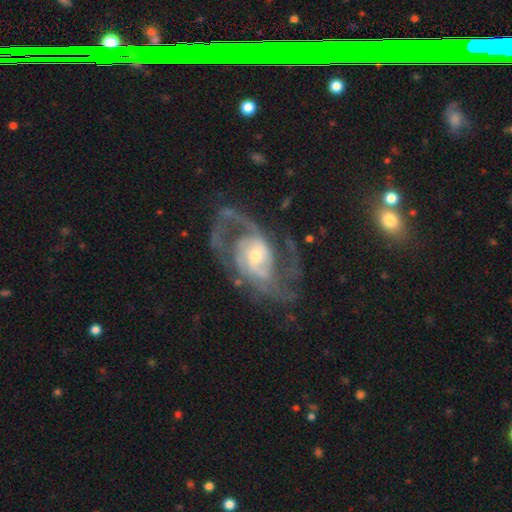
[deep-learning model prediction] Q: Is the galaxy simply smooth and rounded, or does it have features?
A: featured or disk — 91%.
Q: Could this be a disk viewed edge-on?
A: no — 97%.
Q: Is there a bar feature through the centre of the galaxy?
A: no — 48%.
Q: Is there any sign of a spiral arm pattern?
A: yes — 96%.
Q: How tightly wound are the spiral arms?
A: medium — 54%.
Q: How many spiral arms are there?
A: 2 — 61%.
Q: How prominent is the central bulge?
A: small — 50%.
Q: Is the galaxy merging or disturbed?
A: none — 64%.